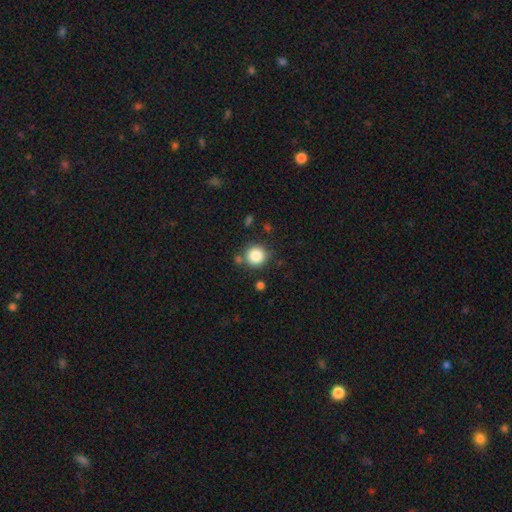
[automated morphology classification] A smooth galaxy with no disk features (86%) that is round (93%). Merging: none (82%).